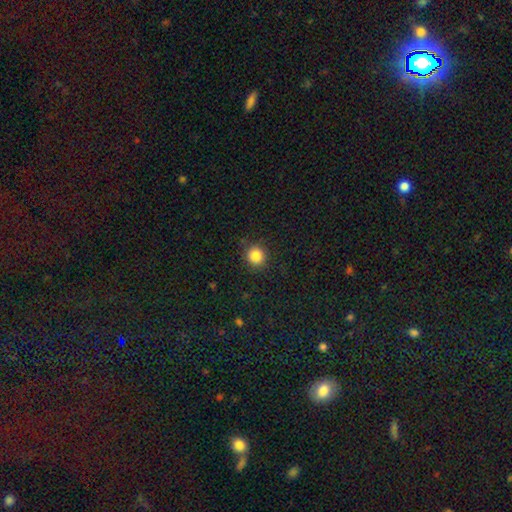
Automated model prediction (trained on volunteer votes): Overall: smooth (85%). How rounded: round (93%). Merging: none (90%).